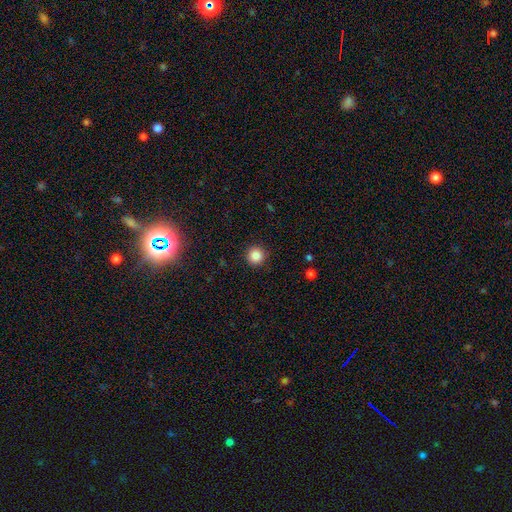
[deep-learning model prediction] Smooth or featured? smooth (86%)
How rounded? round (95%)
Merging? none (91%)